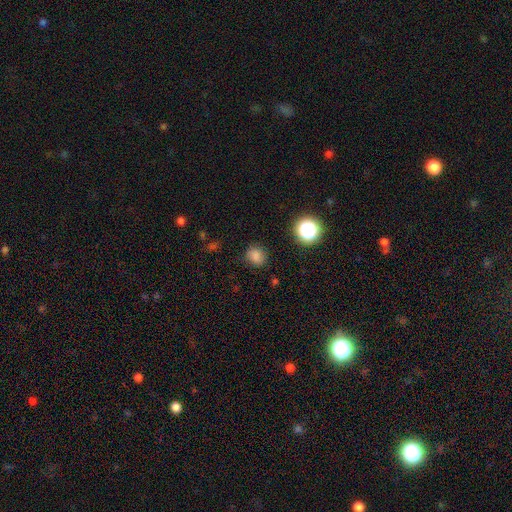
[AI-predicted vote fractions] The model was most divided on "how rounded": round: 69%, in between: 30%, cigar-shaped: 1%. More confident: merging — none (81%); smooth or featured — smooth (79%).